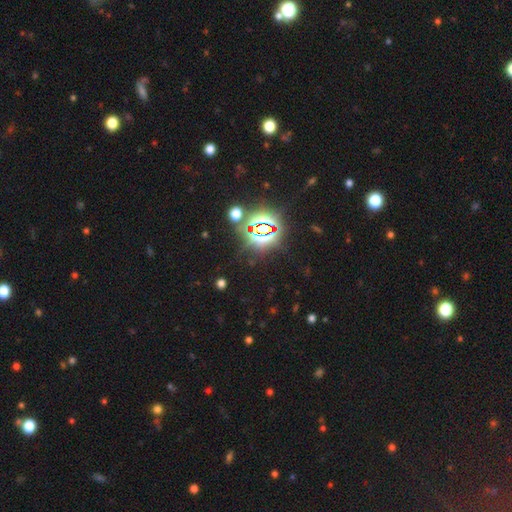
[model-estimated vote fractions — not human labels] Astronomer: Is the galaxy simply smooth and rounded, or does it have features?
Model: star or artifact — 83%.